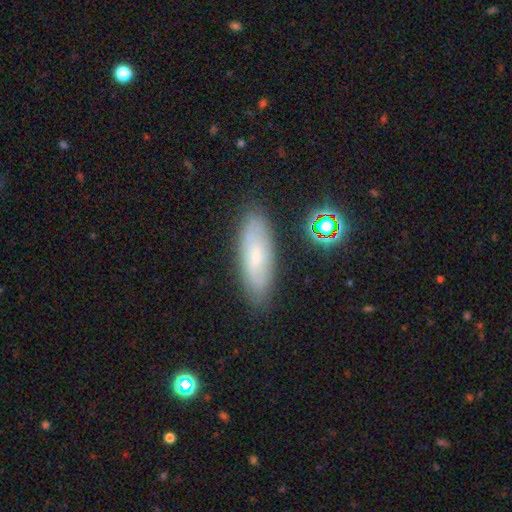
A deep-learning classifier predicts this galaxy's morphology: This appears to be a smooth galaxy with no disk features (59%) that is in between round and cigar-shaped (55%). Merging: none (83%).